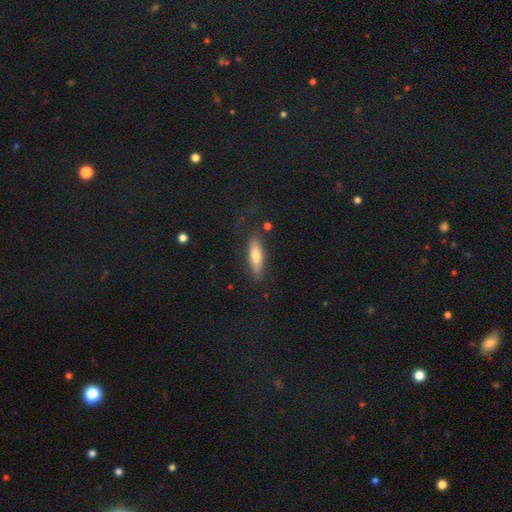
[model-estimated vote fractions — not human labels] Smooth or featured: smooth — 61% (featured or disk — 31%)
How rounded: cigar-shaped — 64% (in between — 33%)
Merging: none — 74% (minor disturbance — 17%)